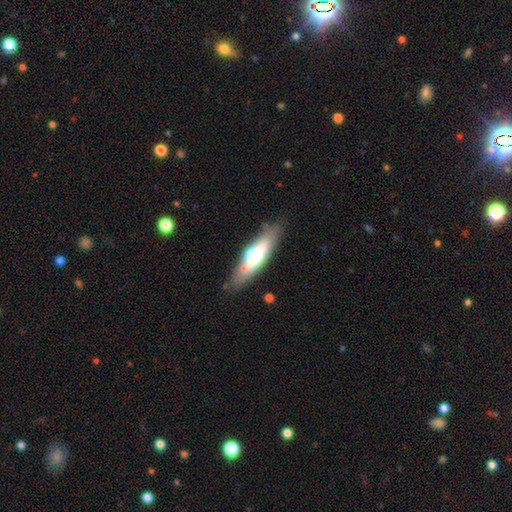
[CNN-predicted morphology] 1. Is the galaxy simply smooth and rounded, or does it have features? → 50% smooth, 44% featured or disk, 6% star or artifact.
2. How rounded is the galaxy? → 54% cigar-shaped, 44% in between, 2% round.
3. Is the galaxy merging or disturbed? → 71% none, 17% minor disturbance, 7% merger, 5% major disturbance.